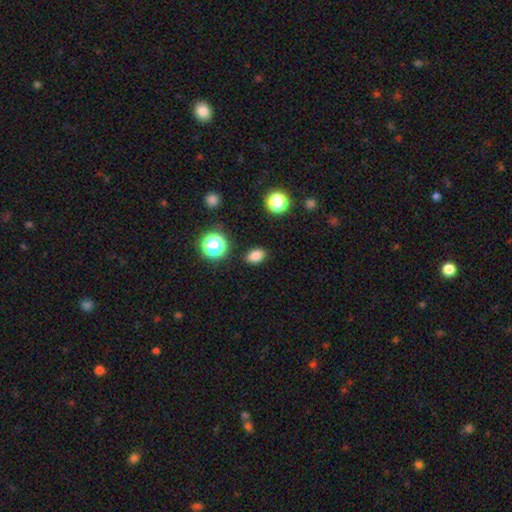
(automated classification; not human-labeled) Smooth or featured? smooth (81%)
How rounded? in between (76%)
Merging? none (87%)